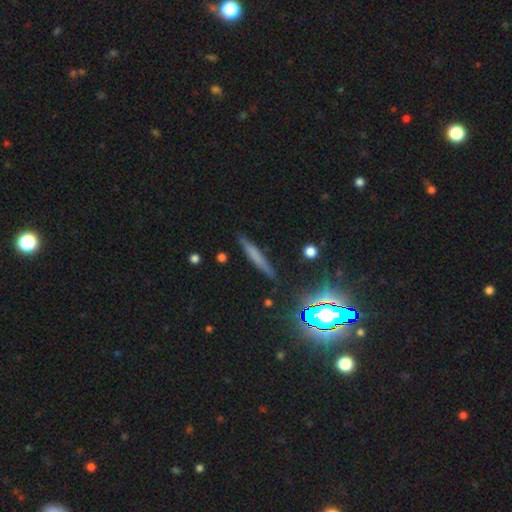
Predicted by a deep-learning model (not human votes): Morphology: type=smooth (54%); roundness=cigar-shaped (92%); merging=none (84%).